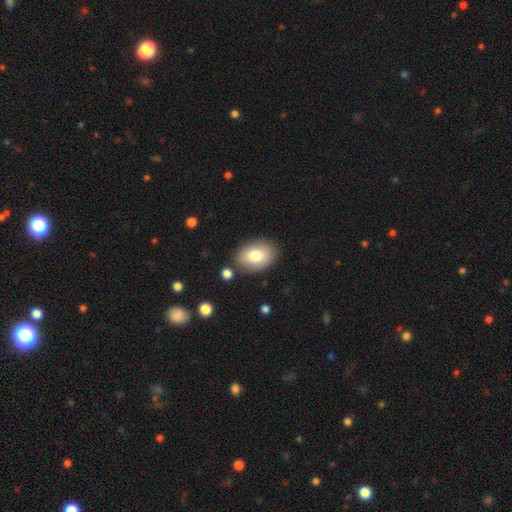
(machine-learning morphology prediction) The model was most divided on "smooth or featured": smooth: 78%, featured or disk: 14%, star or artifact: 8%. More confident: how rounded — in between (83%); merging — none (82%).